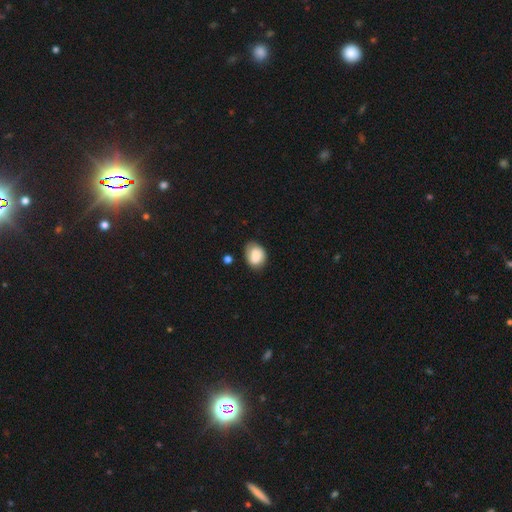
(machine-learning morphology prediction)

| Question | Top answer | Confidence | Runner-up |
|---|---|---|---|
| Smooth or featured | smooth | 79% | featured or disk (13%) |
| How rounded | in between | 65% | round (34%) |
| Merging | none | 66% | minor disturbance (25%) |